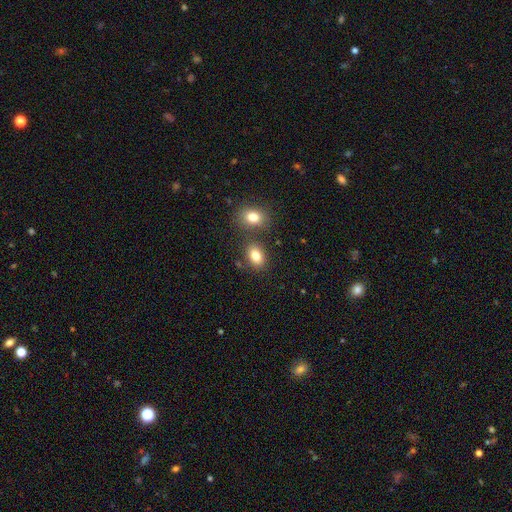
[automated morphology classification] Q: Smooth or featured?
A: smooth (82%); runner-up: star or artifact (10%)
Q: How rounded?
A: in between (81%); runner-up: round (17%)
Q: Merging?
A: none (71%); runner-up: merger (15%)